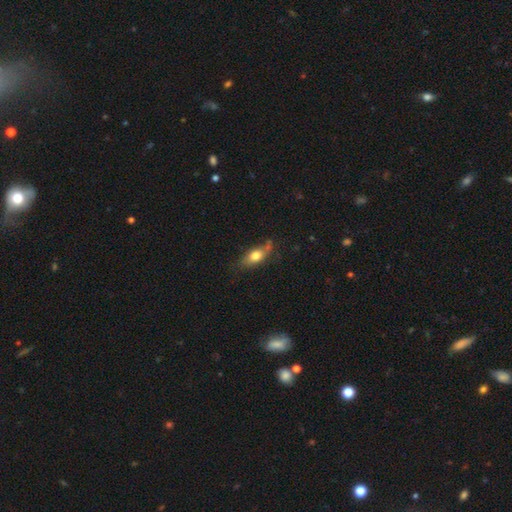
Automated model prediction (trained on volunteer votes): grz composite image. It shows a smooth galaxy with no disk features (71%) that is in between round and cigar-shaped (76%). Merging: none (62%).